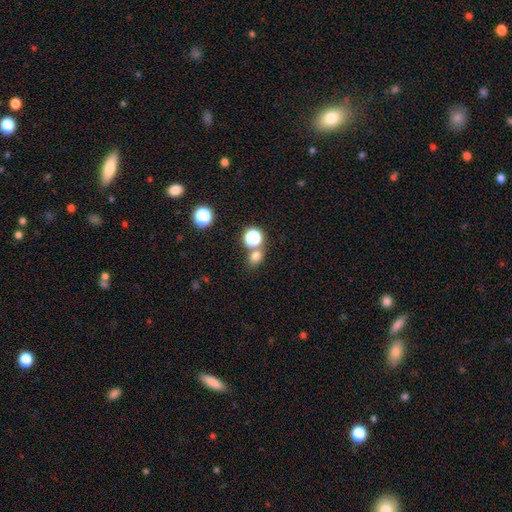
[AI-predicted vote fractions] Q: Smooth or featured?
A: smooth (72%); runner-up: star or artifact (21%)
Q: How rounded?
A: round (56%); runner-up: in between (42%)
Q: Merging?
A: none (65%); runner-up: merger (22%)